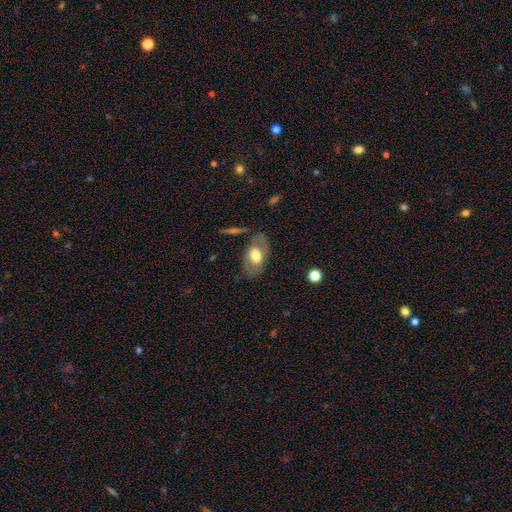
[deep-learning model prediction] A smooth galaxy with no disk features (52%) that is in between round and cigar-shaped (90%).

Vote fractions:
- Smooth or featured? smooth: 52% / featured or disk: 41% / star or artifact: 6%
- How rounded? in between: 90% / round: 8% / cigar-shaped: 2%
- Merging? none: 75% / minor disturbance: 16% / major disturbance: 6% / merger: 3%